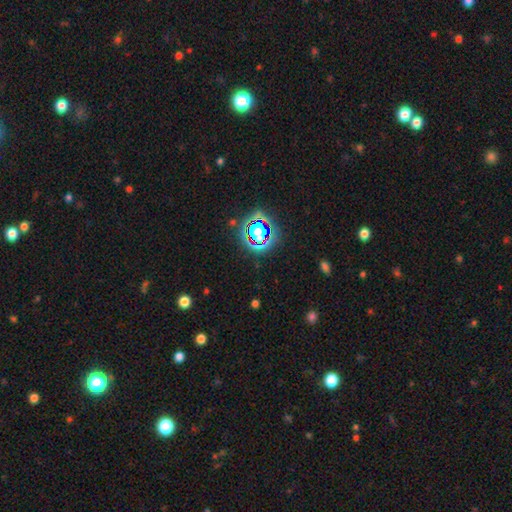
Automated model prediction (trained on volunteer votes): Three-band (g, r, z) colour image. It shows a star or artifact, not a galaxy (78%).